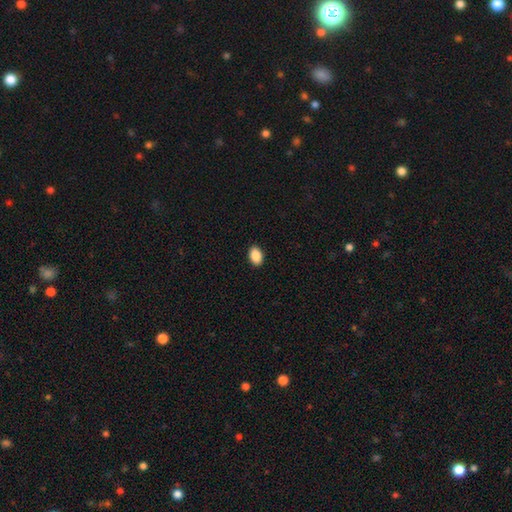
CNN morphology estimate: smooth-or-featured: smooth: 89% | star or artifact: 7% | featured or disk: 3%
  how-rounded: in between: 87% | round: 11% | cigar-shaped: 1%
  merging: none: 91% | minor disturbance: 7% | major disturbance: 2% | merger: 1%